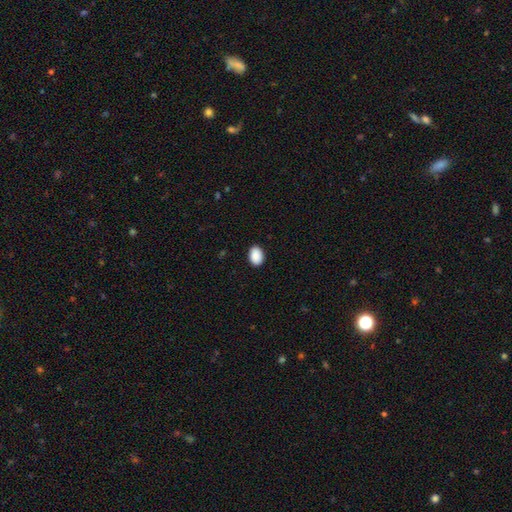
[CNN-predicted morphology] Smooth or featured? Predicted: smooth (p=0.91). How rounded? Predicted: in between (p=0.82). Merging? Predicted: none (p=0.89).